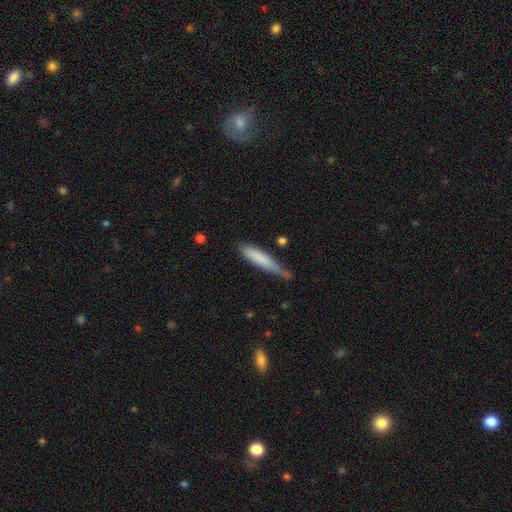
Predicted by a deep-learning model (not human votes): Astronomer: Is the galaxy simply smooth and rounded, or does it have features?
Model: smooth — 76%.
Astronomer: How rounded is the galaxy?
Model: cigar-shaped — 88%.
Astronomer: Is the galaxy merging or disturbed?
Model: none — 56% (runner-up: minor disturbance, 32%).